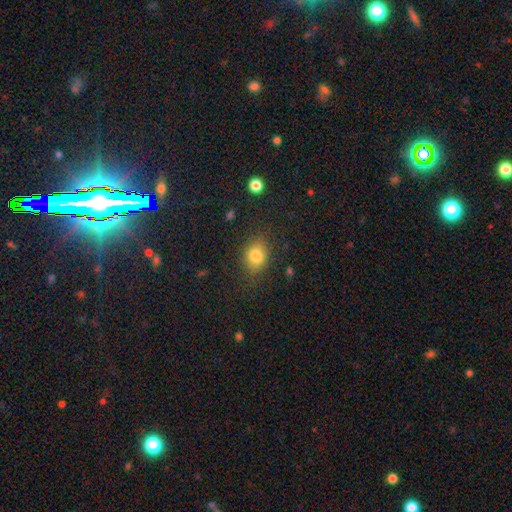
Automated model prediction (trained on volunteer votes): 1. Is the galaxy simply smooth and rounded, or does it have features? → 81% smooth, 12% star or artifact, 8% featured or disk.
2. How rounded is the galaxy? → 55% in between, 44% round, 1% cigar-shaped.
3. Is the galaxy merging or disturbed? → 78% none, 15% minor disturbance, 5% major disturbance, 2% merger.